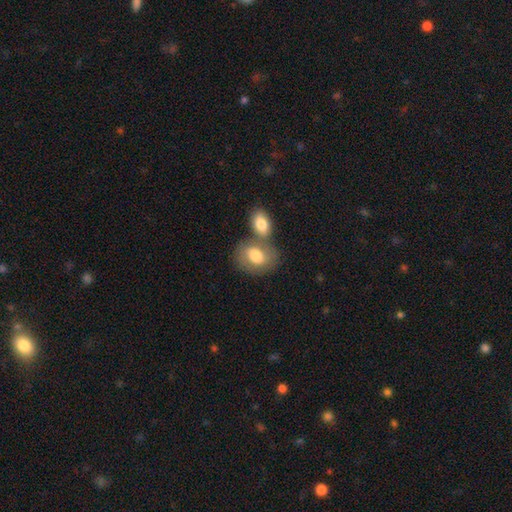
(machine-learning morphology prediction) This is likely a smooth galaxy (73%). How rounded: likely in between (71%). Merging: marginally none (43%).